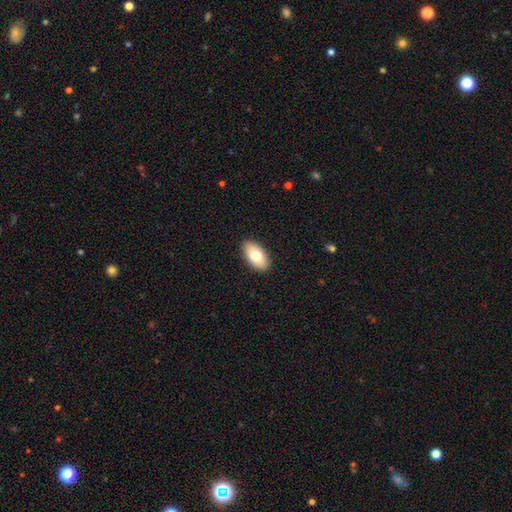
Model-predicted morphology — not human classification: Smooth or featured? Predicted: smooth (p=0.76). How rounded? Predicted: in between (p=0.94). Merging? Predicted: none (p=0.90).